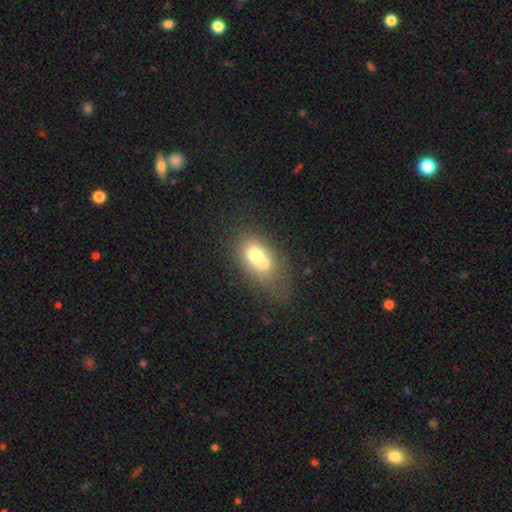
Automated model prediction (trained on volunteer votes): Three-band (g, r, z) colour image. It shows a smooth galaxy with no disk features (64%) that is in between round and cigar-shaped (74%). Merging: merger (54%).